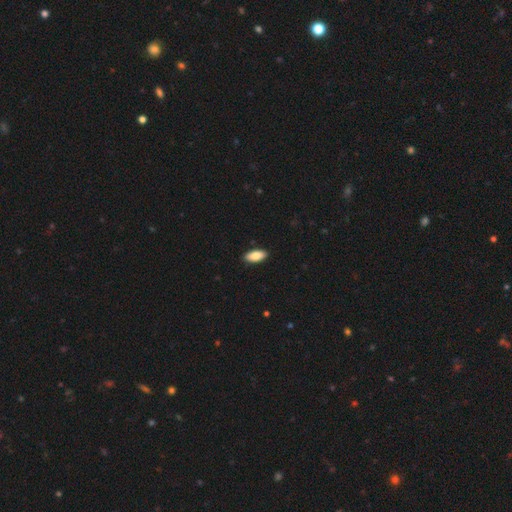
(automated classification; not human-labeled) Morphology: type=smooth (86%); roundness=in between (88%); merging=none (90%).